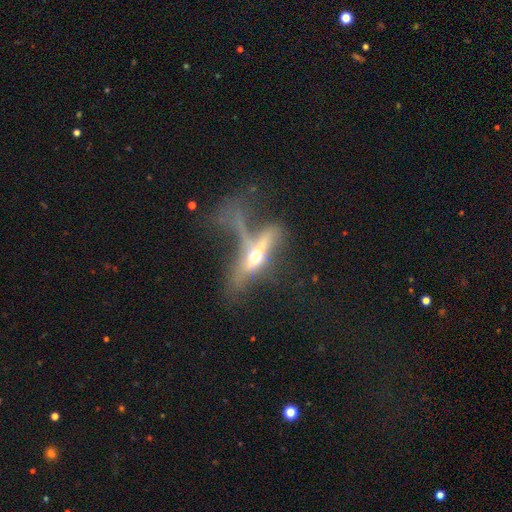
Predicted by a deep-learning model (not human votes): A featured or disk galaxy (62%) viewed edge-on (71%).

Vote fractions:
- Smooth or featured? featured or disk: 62% / smooth: 28% / star or artifact: 10%
- Edge-on disk? yes: 71% / no: 29%
- Merging? major disturbance: 43% / none: 25% / merger: 17% / minor disturbance: 15%